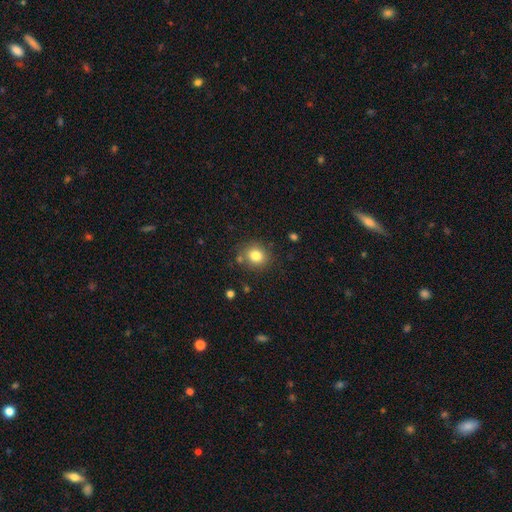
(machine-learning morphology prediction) Smooth or featured?
  - smooth: 81% *
  - star or artifact: 11%
  - featured or disk: 8%
How rounded?
  - round: 78% *
  - in between: 21%
  - cigar-shaped: 1%
Merging?
  - none: 80% *
  - minor disturbance: 11%
  - merger: 6%
  - major disturbance: 3%